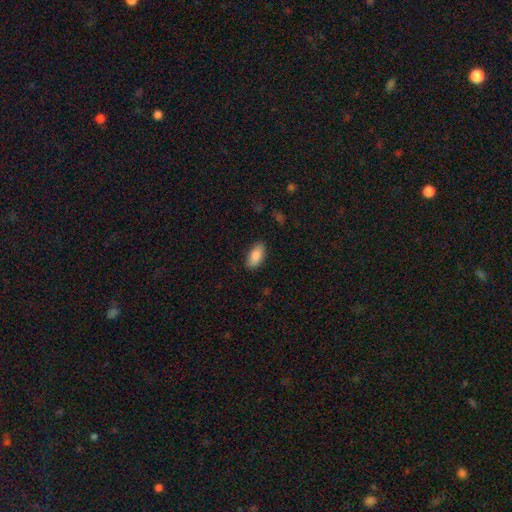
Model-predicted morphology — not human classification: Q: Smooth or featured?
A: smooth (88%); runner-up: star or artifact (6%)
Q: How rounded?
A: in between (92%); runner-up: cigar-shaped (6%)
Q: Merging?
A: none (86%); runner-up: minor disturbance (11%)